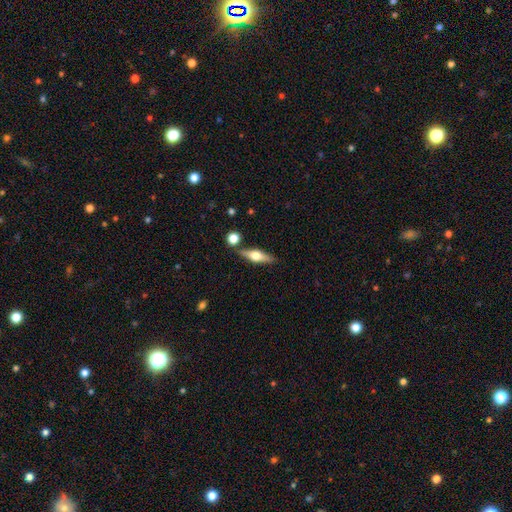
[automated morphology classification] This is possibly a featured or disk galaxy (57%). It is clearly viewed edge-on (93%). Edge-on bulge: clearly rounded (94%). Merging: clearly none (81%).